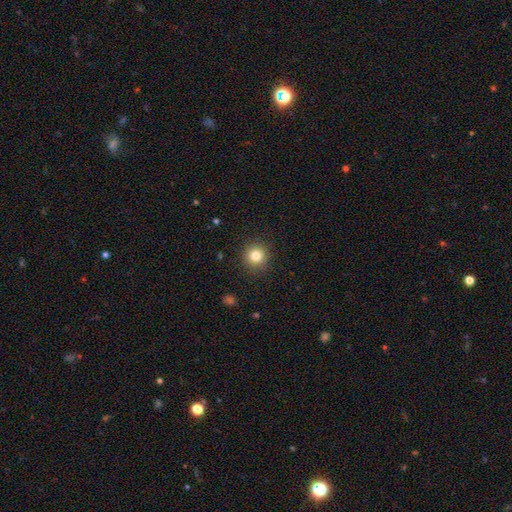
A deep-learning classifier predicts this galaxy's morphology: Smooth or featured? smooth (82%)
How rounded? round (94%)
Merging? none (90%)